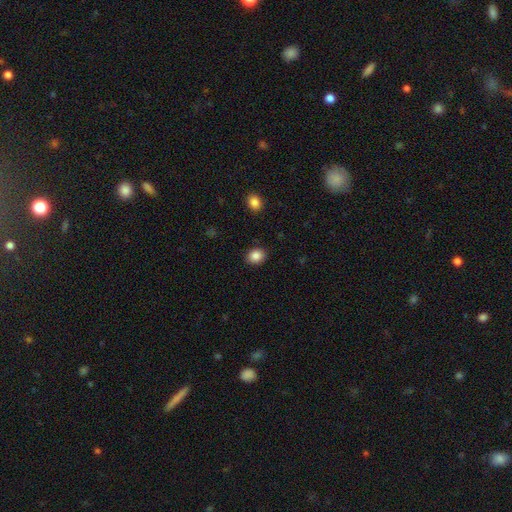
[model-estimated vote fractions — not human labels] This appears to be a smooth galaxy with no disk features (87%) that is round (54%). Merging: none (89%).